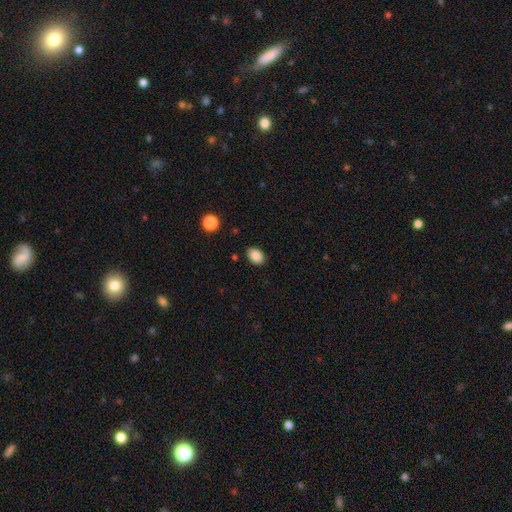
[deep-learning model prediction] This is clearly a smooth galaxy (88%). How rounded: likely in between (79%). Merging: clearly none (86%).